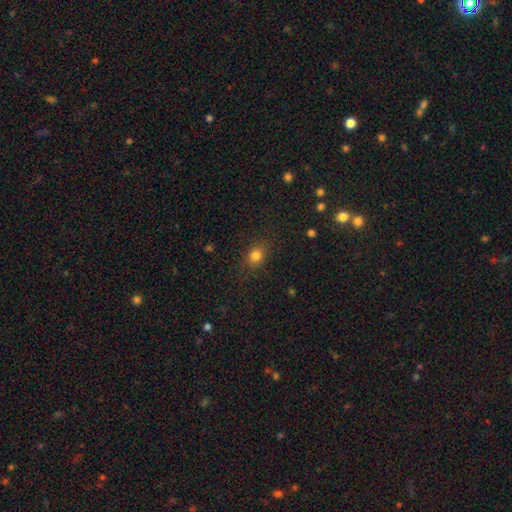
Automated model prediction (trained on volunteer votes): Morphology: type=smooth (80%); roundness=round (52%); merging=none (83%).